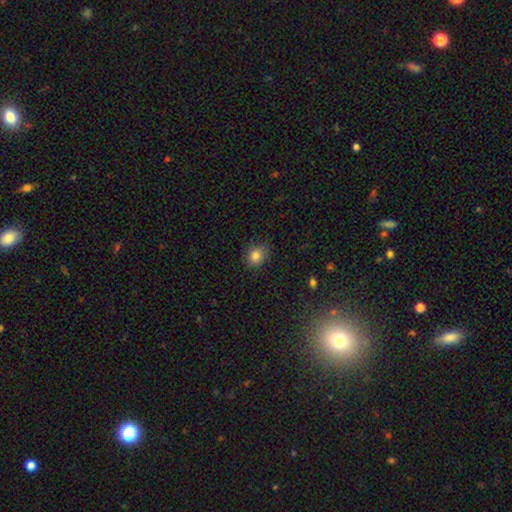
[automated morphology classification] Overall: smooth (83%). How rounded: round (66%; in between 33%). Merging: none (79%).